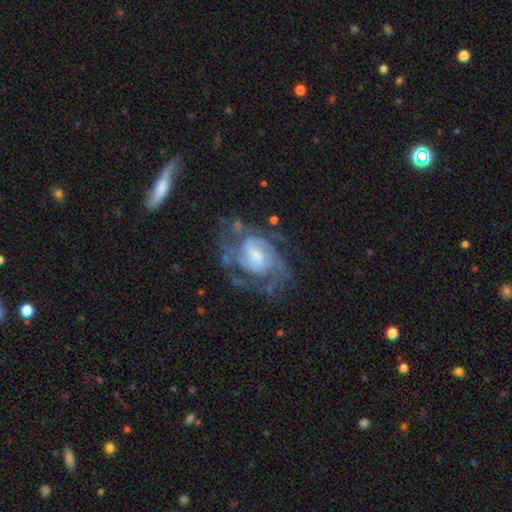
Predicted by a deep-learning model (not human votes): Smooth or featured: featured or disk — 85% (smooth — 9%)
Edge-on disk: no — 97% (yes — 3%)
Bar: weak — 51% (no — 32%)
Spiral arms: yes — 94% (no — 6%)
Spiral winding: medium — 45% (tight — 42%)
Spiral arm count: 2 — 34% (can't tell — 26%)
Bulge size: small — 42% (moderate — 34%)
Merging: none — 57% (major disturbance — 20%)